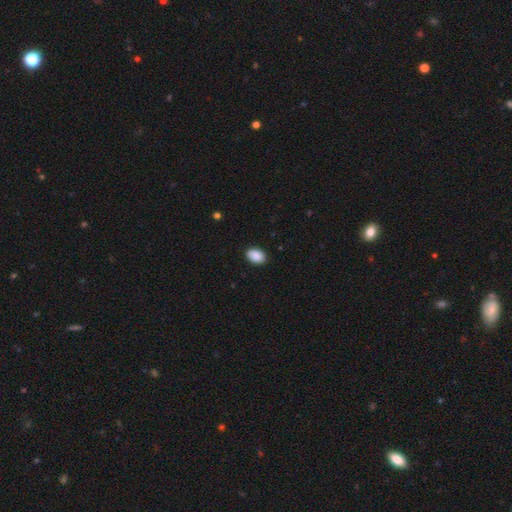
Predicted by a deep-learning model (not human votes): The model was most divided on "how rounded": in between: 83%, round: 16%, cigar-shaped: 1%. More confident: smooth or featured — smooth (90%); merging — none (89%).